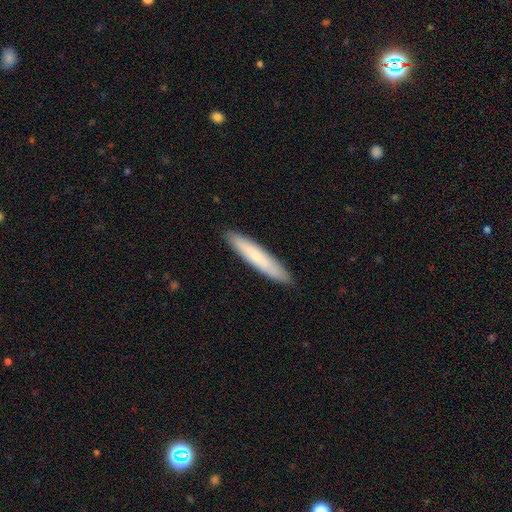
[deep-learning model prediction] Overall: smooth (66%; featured or disk 29%). How rounded: cigar-shaped (91%). Merging: none (90%).